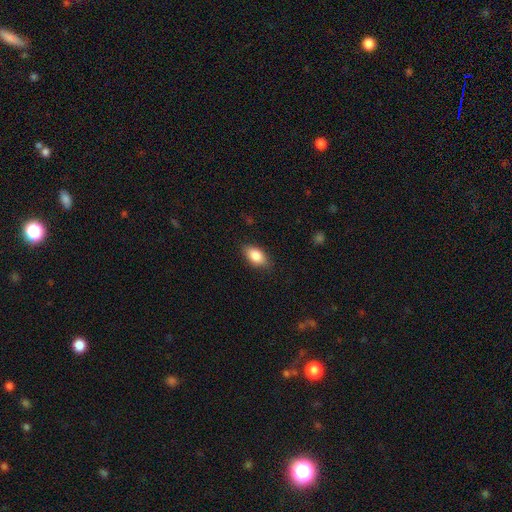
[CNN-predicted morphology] type=smooth (84%); roundness=in between (89%); merging=none (84%).